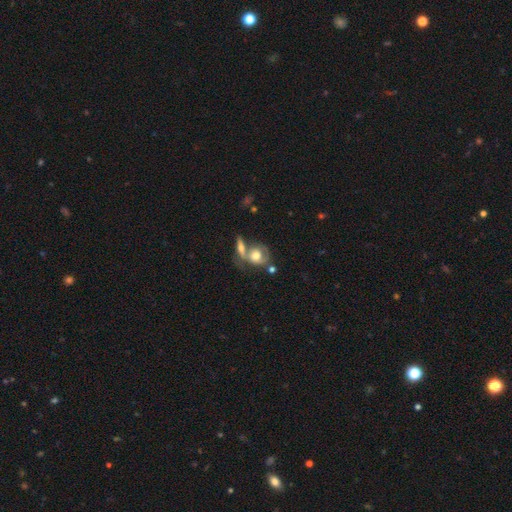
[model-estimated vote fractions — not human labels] A smooth galaxy with no disk features (49%).

Vote fractions:
- Smooth or featured? smooth: 49% / featured or disk: 43% / star or artifact: 8%
- Merging? merger: 44% / none: 32% / minor disturbance: 14% / major disturbance: 9%